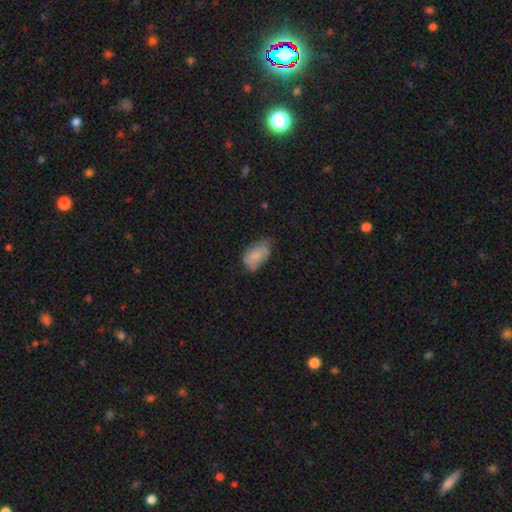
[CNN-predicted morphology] The model was most divided on "merging": none: 46%, minor disturbance: 39%, major disturbance: 12%, merger: 2%. More confident: how rounded — in between (91%); smooth or featured — smooth (72%).